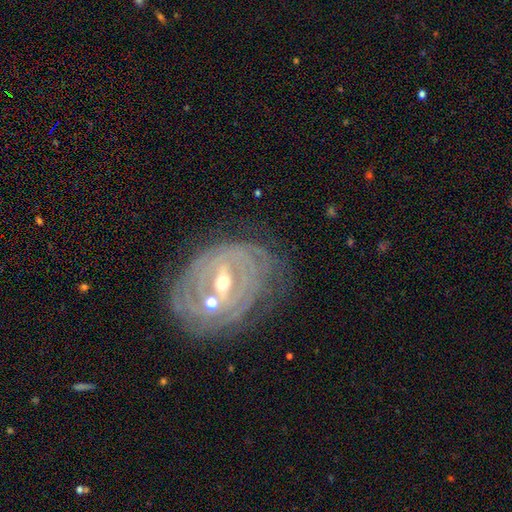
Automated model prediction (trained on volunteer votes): This is likely a featured or disk galaxy (76%). It is clearly not viewed edge-on (93%). Bar: marginally weak (41%). Spiral arm pattern: likely yes (77%). Spiral arm count: possibly can't tell (52%). Spiral winding: likely tight (75%). Central bulge: possibly moderate (53%). Merging: likely none (66%).